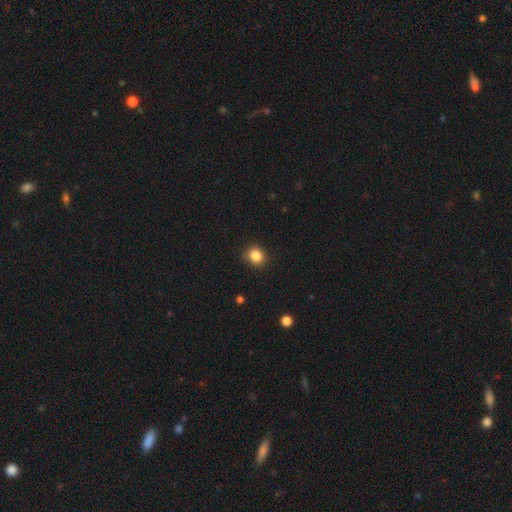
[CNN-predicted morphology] Smooth or featured? Predicted: smooth (p=0.85). How rounded? Predicted: round (p=0.76). Merging? Predicted: none (p=0.87).